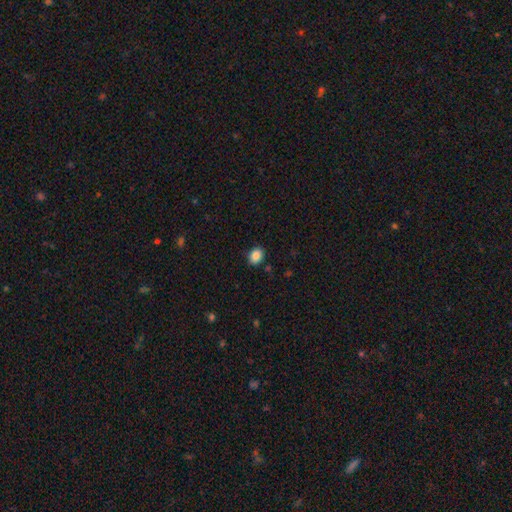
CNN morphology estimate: Q: Smooth or featured?
A: smooth (87%); runner-up: star or artifact (9%)
Q: How rounded?
A: in between (55%); runner-up: round (45%)
Q: Merging?
A: none (86%); runner-up: minor disturbance (10%)